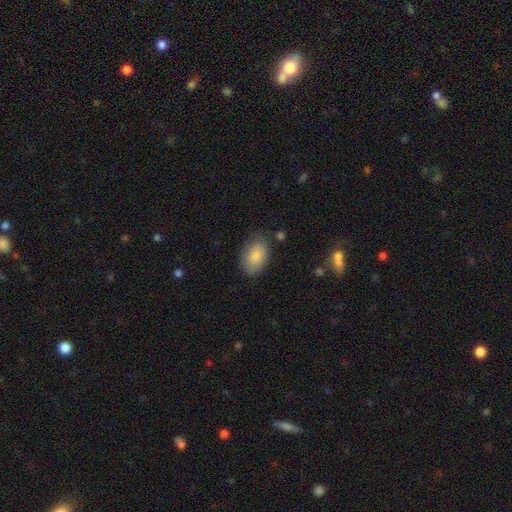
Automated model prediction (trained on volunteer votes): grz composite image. It shows a smooth galaxy with no disk features (83%) that is in between round and cigar-shaped (90%). Merging: none (73%).